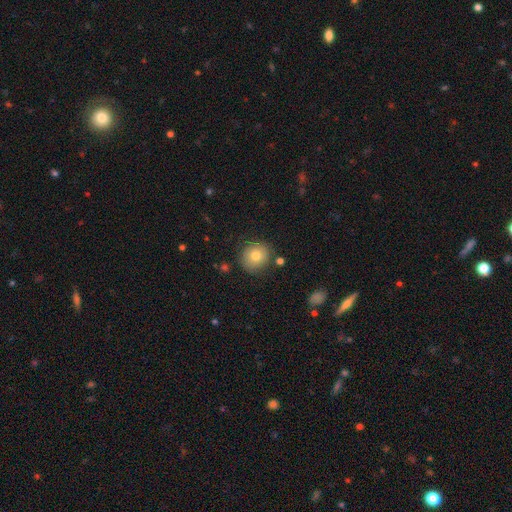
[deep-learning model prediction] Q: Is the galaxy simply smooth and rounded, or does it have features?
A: smooth — 75%.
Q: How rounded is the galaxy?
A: round — 86%.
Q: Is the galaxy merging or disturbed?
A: none — 81%.